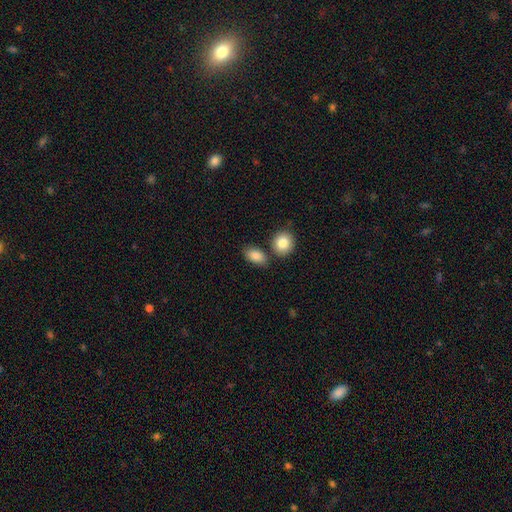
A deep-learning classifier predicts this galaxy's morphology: type=smooth (86%); roundness=in between (85%); merging=none (71%).